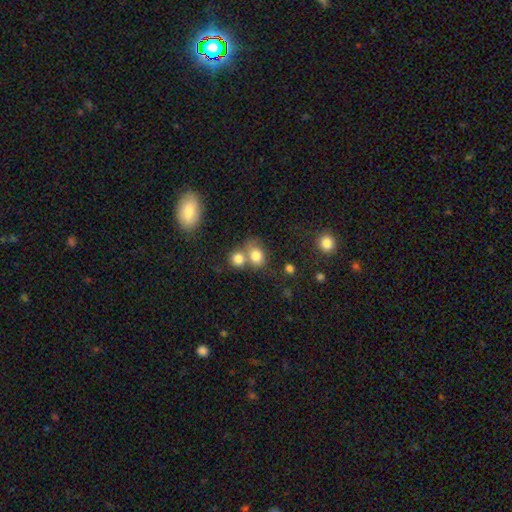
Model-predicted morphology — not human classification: Overall: smooth (79%). How rounded: round (55%; in between 44%). Merging: merger (45%; none 40%).